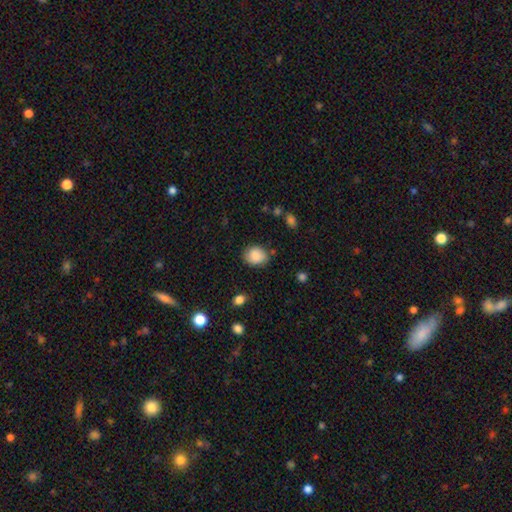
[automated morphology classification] Smooth or featured? Predicted: smooth (p=0.85). How rounded? Predicted: round (p=0.62). Merging? Predicted: none (p=0.77).